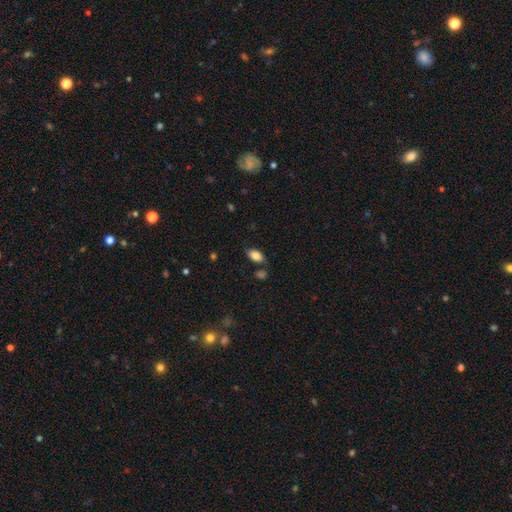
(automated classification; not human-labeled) Q: Smooth or featured?
A: smooth (83%); runner-up: featured or disk (9%)
Q: How rounded?
A: in between (92%); runner-up: round (4%)
Q: Merging?
A: none (77%); runner-up: minor disturbance (13%)